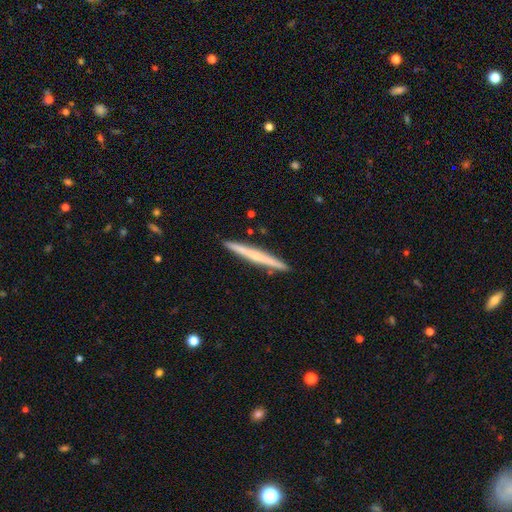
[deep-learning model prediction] smooth_or_featured: featured or disk (p=0.50) [alt: smooth p=0.45]
merging: none (p=0.92) [alt: minor disturbance p=0.06]